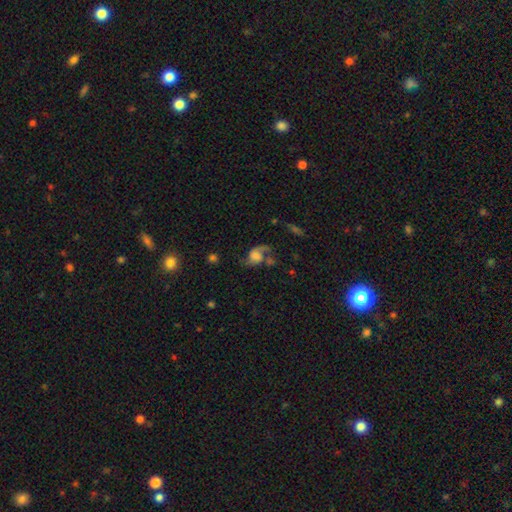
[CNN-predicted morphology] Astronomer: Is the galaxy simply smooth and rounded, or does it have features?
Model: featured or disk — 66%.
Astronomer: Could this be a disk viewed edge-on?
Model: no — 97%.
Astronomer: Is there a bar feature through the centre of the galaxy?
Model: no — 62%.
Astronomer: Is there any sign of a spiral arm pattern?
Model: yes — 90%.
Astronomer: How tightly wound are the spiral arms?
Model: loose — 67%.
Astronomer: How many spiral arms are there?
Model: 2 — 71%.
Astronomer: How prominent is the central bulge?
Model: moderate — 28% (runner-up: large, 27%).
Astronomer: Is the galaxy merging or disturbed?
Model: none — 42% (runner-up: major disturbance, 27%).